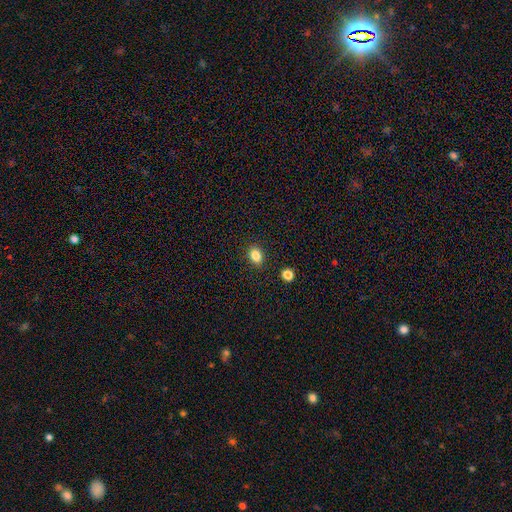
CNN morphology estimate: This is clearly a smooth galaxy (85%). How rounded: likely in between (64%). Merging: clearly none (87%).